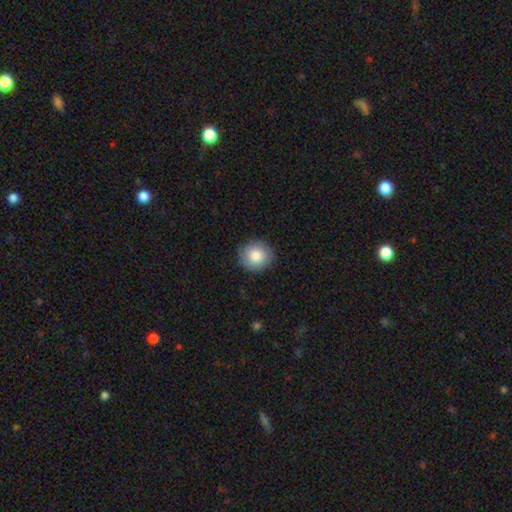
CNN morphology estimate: This appears to be a smooth galaxy with no disk features (83%) that is round (88%). Merging: none (87%).